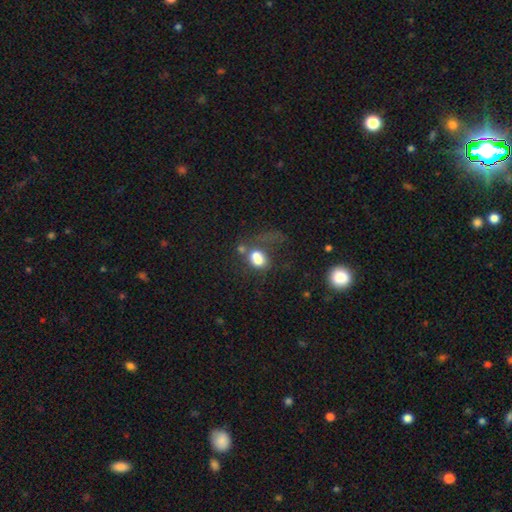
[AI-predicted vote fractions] A smooth galaxy with no disk features (67%) that is in between round and cigar-shaped (56%).

Vote fractions:
- Smooth or featured? smooth: 67% / featured or disk: 19% / star or artifact: 14%
- How rounded? in between: 56% / round: 42% / cigar-shaped: 2%
- Merging? merger: 45% / major disturbance: 22% / none: 21% / minor disturbance: 11%